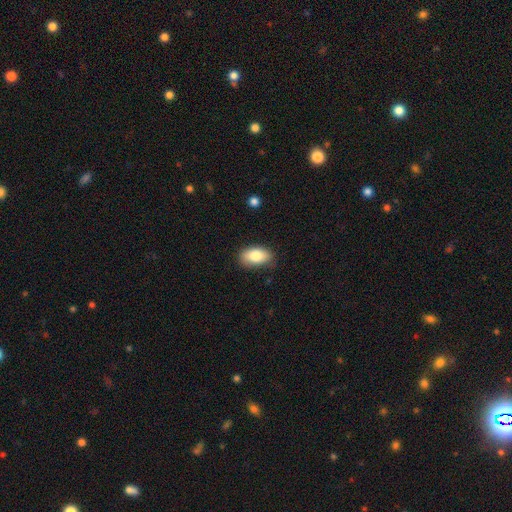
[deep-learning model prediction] A smooth galaxy with no disk features (82%) that is in between round and cigar-shaped (92%).

Vote fractions:
- Smooth or featured? smooth: 82% / featured or disk: 11% / star or artifact: 7%
- How rounded? in between: 92% / round: 6% / cigar-shaped: 3%
- Merging? none: 79% / minor disturbance: 17% / major disturbance: 3% / merger: 1%